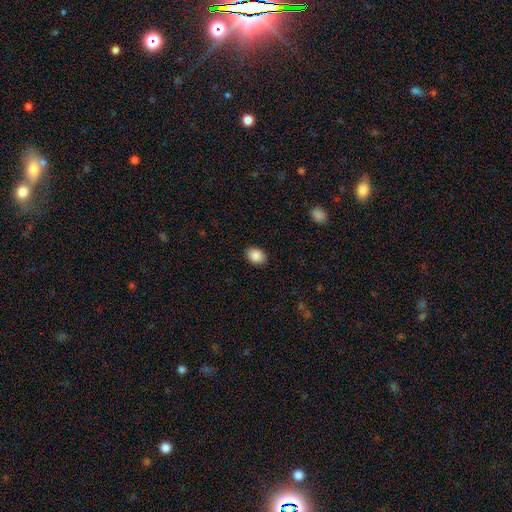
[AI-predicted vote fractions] Morphology: type=smooth (88%); roundness=in between (71%); merging=none (89%).